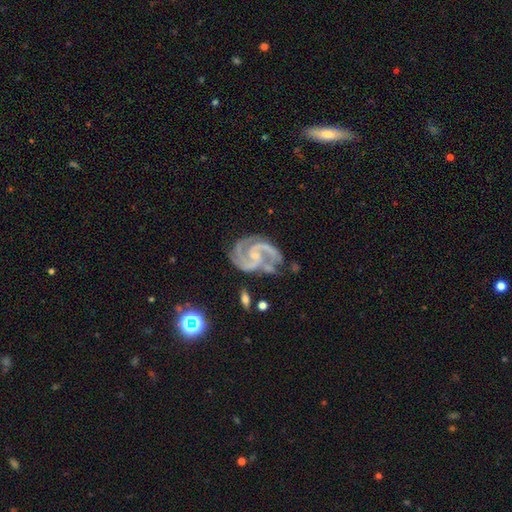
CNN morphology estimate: Overall: featured or disk (93%). Edge-on disk: no (98%). Bar: no (48%; weak 39%). Spiral arms: yes (99%). Spiral arm count: 2 (57%; 3 30%). Spiral winding: medium (57%; tight 34%). Bulge size: small (73%). Merging: none (62%; minor disturbance 23%).